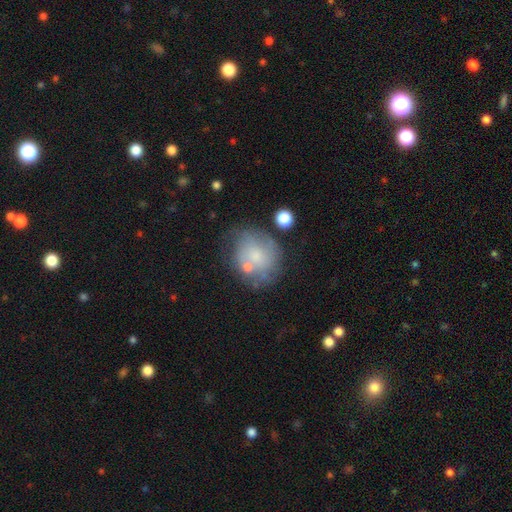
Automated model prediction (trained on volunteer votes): Q: Smooth or featured?
A: smooth (53%); runner-up: featured or disk (36%)
Q: How rounded?
A: round (69%); runner-up: in between (30%)
Q: Merging?
A: none (51%); runner-up: minor disturbance (24%)